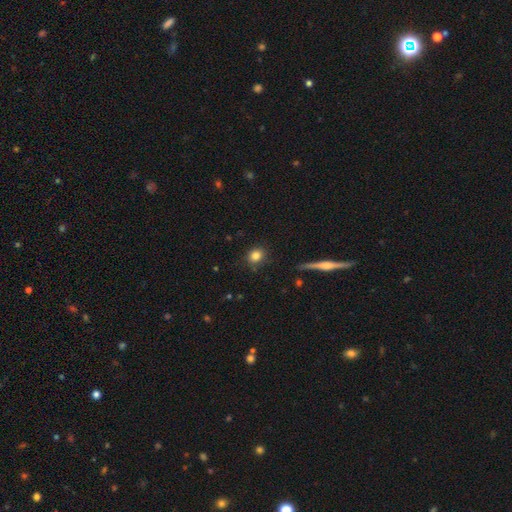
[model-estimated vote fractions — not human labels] This is clearly a smooth galaxy (83%). How rounded: likely round (74%). Merging: clearly none (85%).